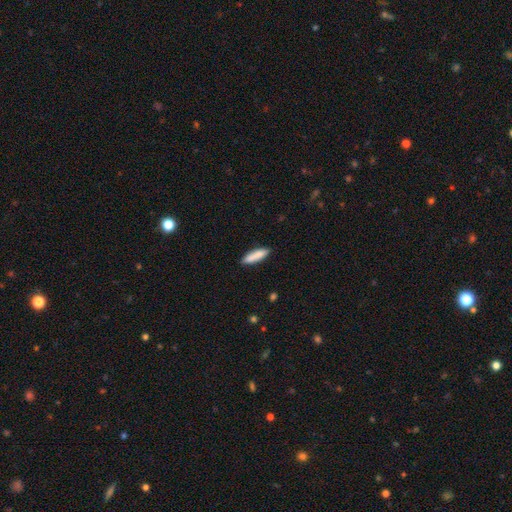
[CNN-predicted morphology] This is clearly a smooth galaxy (85%). How rounded: likely cigar-shaped (70%). Merging: clearly none (86%).